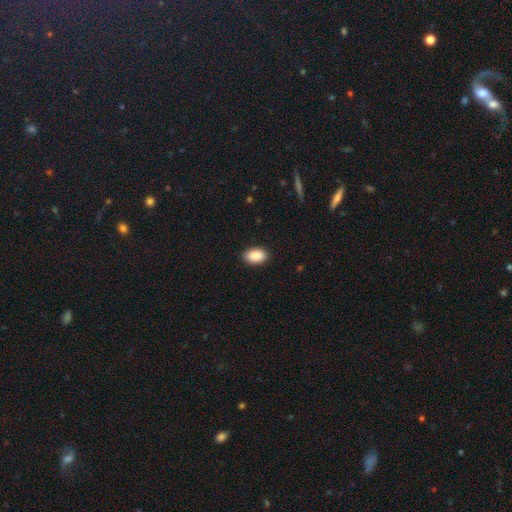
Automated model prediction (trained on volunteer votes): Smooth or featured?
  - smooth: 90% *
  - star or artifact: 7%
  - featured or disk: 3%
How rounded?
  - in between: 92% *
  - round: 7%
  - cigar-shaped: 1%
Merging?
  - none: 90% *
  - minor disturbance: 8%
  - major disturbance: 2%
  - merger: 1%